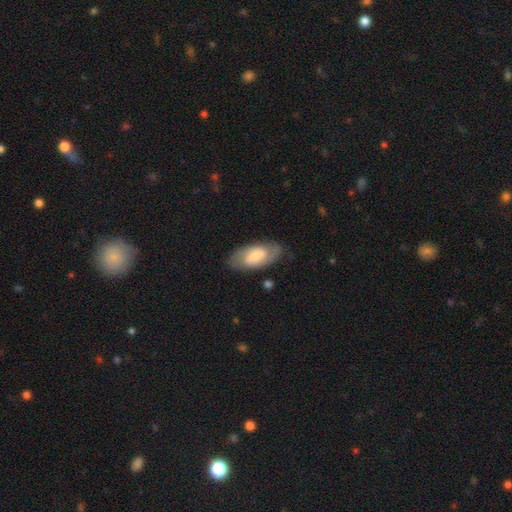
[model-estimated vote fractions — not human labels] The model was most divided on "smooth or featured": smooth: 52%, featured or disk: 41%, star or artifact: 6%. More confident: how rounded — in between (91%); merging — none (77%).